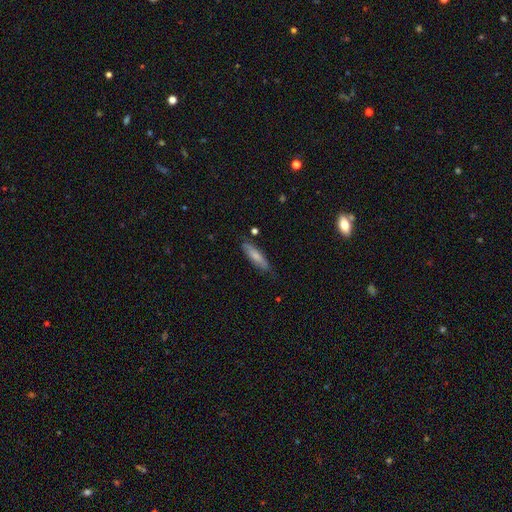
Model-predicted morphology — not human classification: Smooth or featured: smooth — 71% (featured or disk — 23%)
How rounded: cigar-shaped — 69% (in between — 30%)
Merging: none — 75% (minor disturbance — 19%)